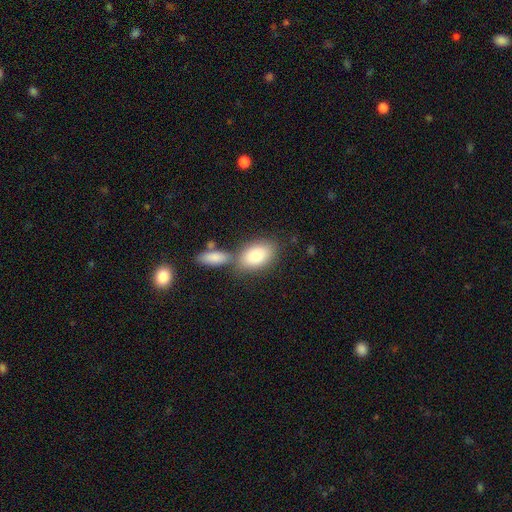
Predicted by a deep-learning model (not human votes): A smooth galaxy with no disk features (84%) that is in between round and cigar-shaped (91%).

Vote fractions:
- Smooth or featured? smooth: 84% / featured or disk: 10% / star or artifact: 6%
- How rounded? in between: 91% / round: 7% / cigar-shaped: 2%
- Merging? none: 53% / merger: 30% / minor disturbance: 12% / major disturbance: 4%